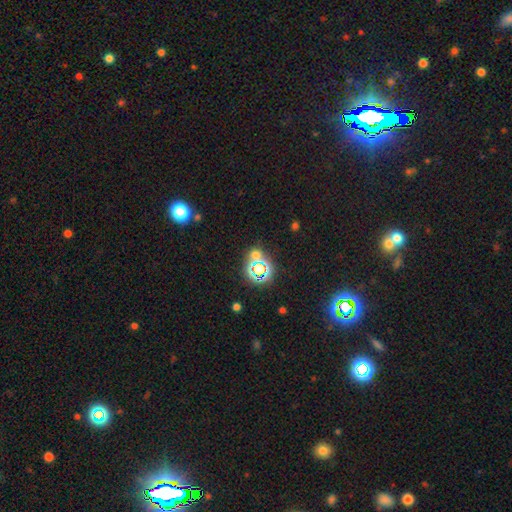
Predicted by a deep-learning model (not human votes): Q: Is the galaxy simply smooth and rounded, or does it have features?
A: star or artifact — 58%.